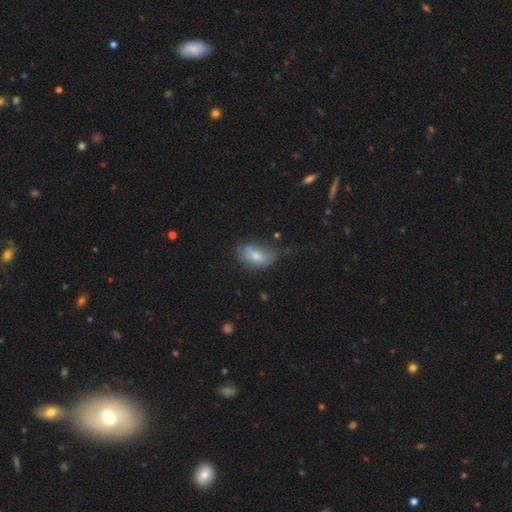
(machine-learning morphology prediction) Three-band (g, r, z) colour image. It shows a smooth galaxy with no disk features (75%) that is in between round and cigar-shaped (91%). Merging: none (37%).